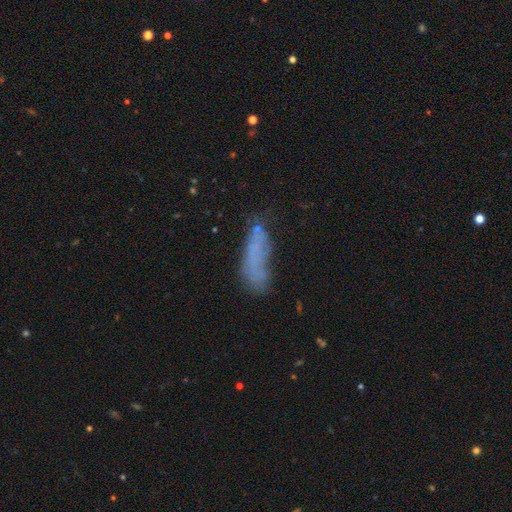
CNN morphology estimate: Smooth or featured?
  - smooth: 61% *
  - featured or disk: 25%
  - star or artifact: 13%
How rounded?
  - cigar-shaped: 55% *
  - in between: 42%
  - round: 2%
Merging?
  - none: 50% *
  - minor disturbance: 27%
  - major disturbance: 17%
  - merger: 7%